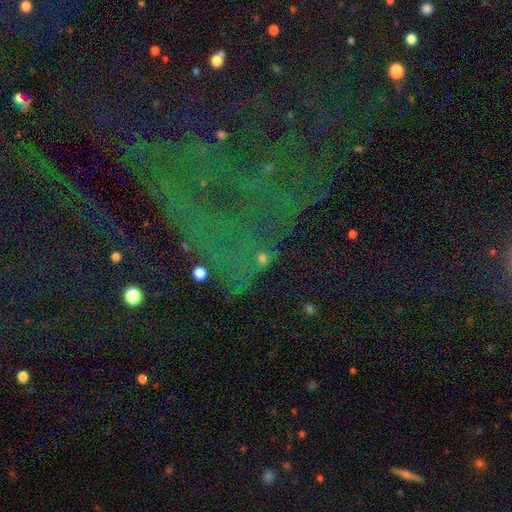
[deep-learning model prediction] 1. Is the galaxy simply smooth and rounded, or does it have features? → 67% star or artifact, 17% featured or disk, 16% smooth.